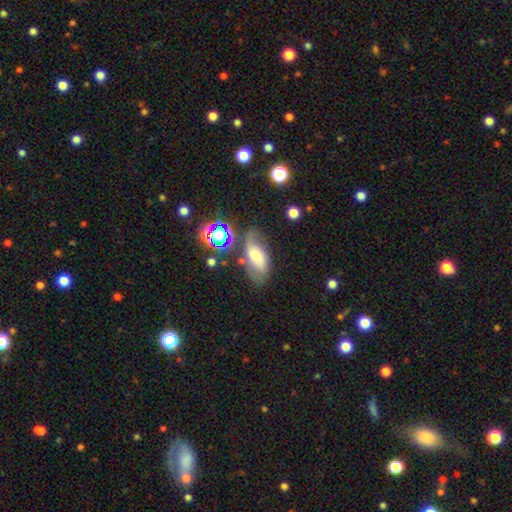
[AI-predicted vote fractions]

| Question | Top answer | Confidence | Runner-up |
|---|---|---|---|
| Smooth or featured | smooth | 51% | featured or disk (36%) |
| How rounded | in between | 86% | cigar-shaped (8%) |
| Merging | none | 56% | minor disturbance (25%) |